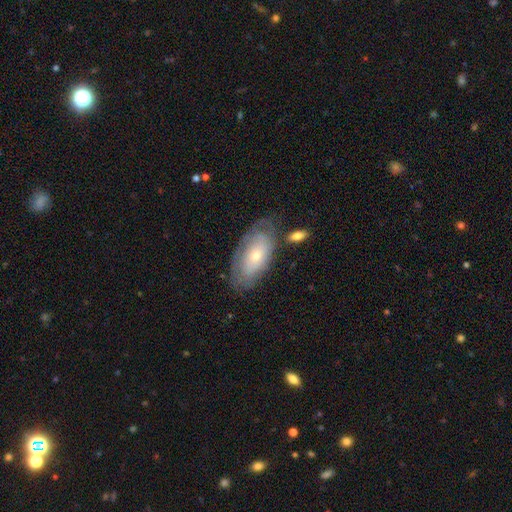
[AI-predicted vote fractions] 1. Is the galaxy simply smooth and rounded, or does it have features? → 50% featured or disk, 43% smooth, 7% star or artifact.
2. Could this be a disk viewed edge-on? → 88% no, 12% yes.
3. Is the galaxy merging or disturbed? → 65% none, 22% minor disturbance, 8% major disturbance, 5% merger.